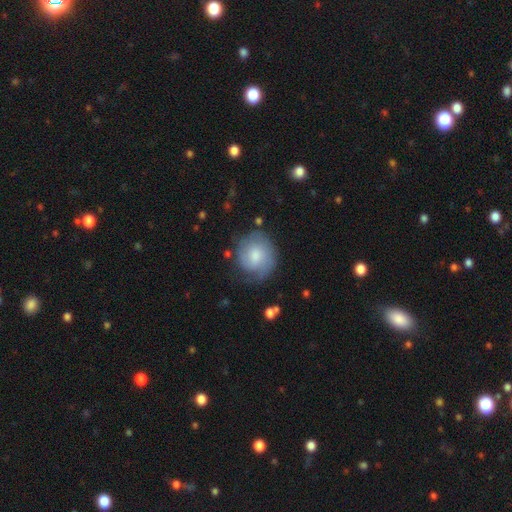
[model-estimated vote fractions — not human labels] Smooth or featured? smooth (54%)
How rounded? round (81%)
Merging? none (63%)